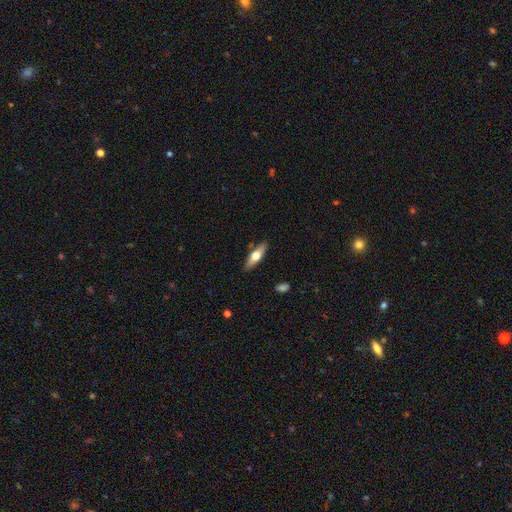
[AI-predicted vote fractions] A smooth galaxy with no disk features (52%) that is cigar-shaped (54%).

Vote fractions:
- Smooth or featured? smooth: 52% / featured or disk: 43% / star or artifact: 6%
- How rounded? cigar-shaped: 54% / in between: 43% / round: 3%
- Merging? none: 87% / minor disturbance: 9% / major disturbance: 2% / merger: 2%